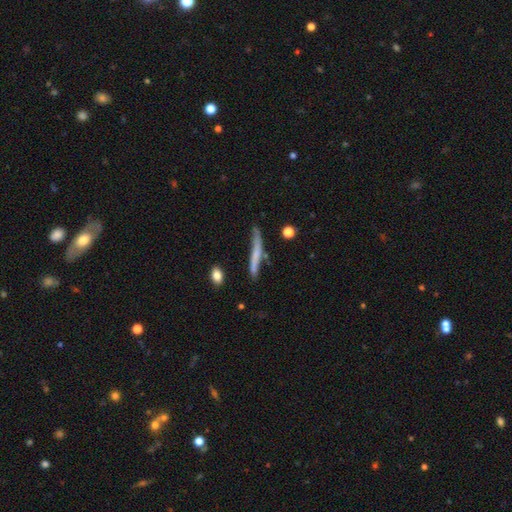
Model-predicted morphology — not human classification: smooth_or_featured: smooth (p=0.55) [alt: featured or disk p=0.37]
how_rounded: cigar-shaped (p=0.94) [alt: in between p=0.04]
merging: none (p=0.63) [alt: minor disturbance p=0.25]